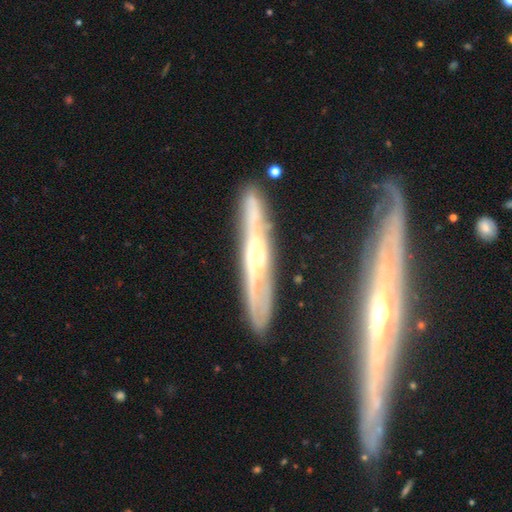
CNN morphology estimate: featured or disk 79%, smooth 15%, star or artifact 6%. Down the decision tree: edge-on disk — yes (74%); edge-on bulge — rounded (80%); merging — none (81%).